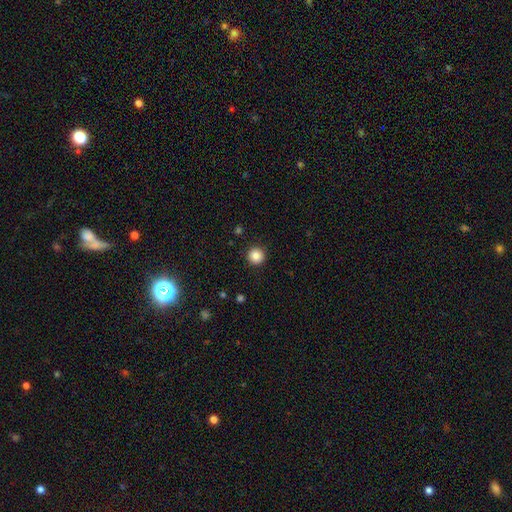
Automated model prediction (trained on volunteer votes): The model was most divided on "smooth or featured": smooth: 85%, star or artifact: 10%, featured or disk: 5%. More confident: how rounded — round (96%); merging — none (92%).